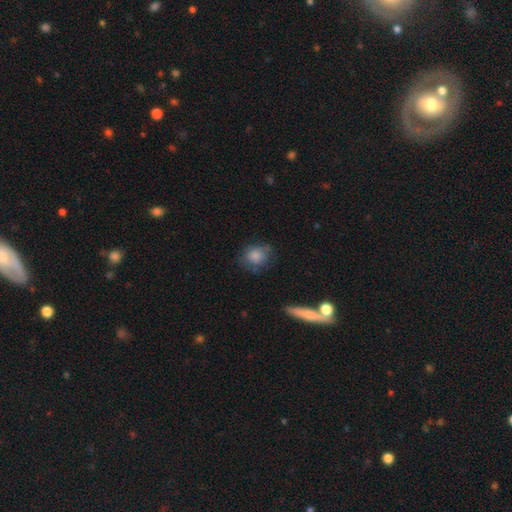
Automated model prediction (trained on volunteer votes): smooth_or_featured: smooth (p=0.81) [alt: featured or disk p=0.10]
how_rounded: round (p=0.62) [alt: in between p=0.37]
merging: none (p=0.65) [alt: minor disturbance p=0.25]